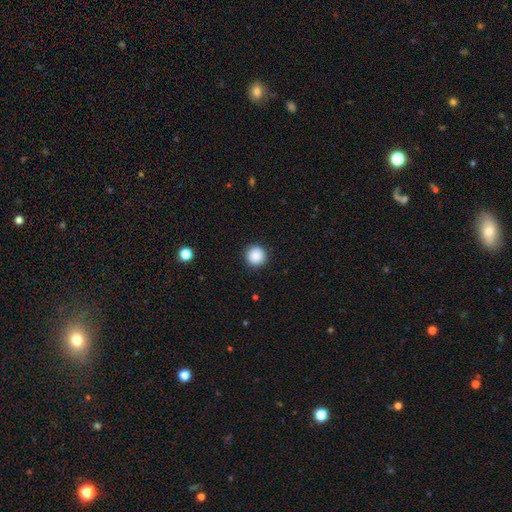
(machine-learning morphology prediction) type=smooth (88%); roundness=round (96%); merging=none (92%).